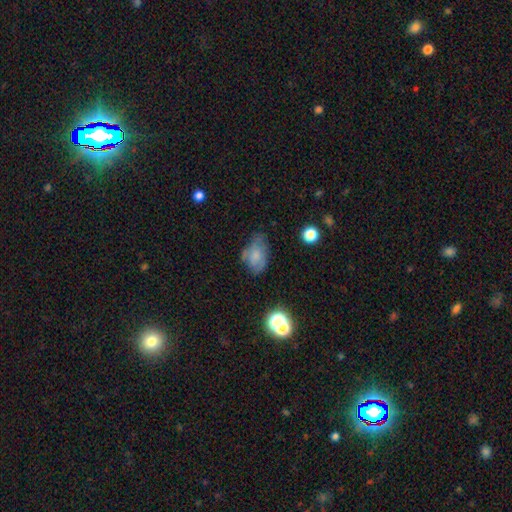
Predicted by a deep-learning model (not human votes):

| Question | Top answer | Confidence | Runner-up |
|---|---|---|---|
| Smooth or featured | smooth | 62% | featured or disk (26%) |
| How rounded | in between | 83% | round (15%) |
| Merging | none | 45% | minor disturbance (35%) |